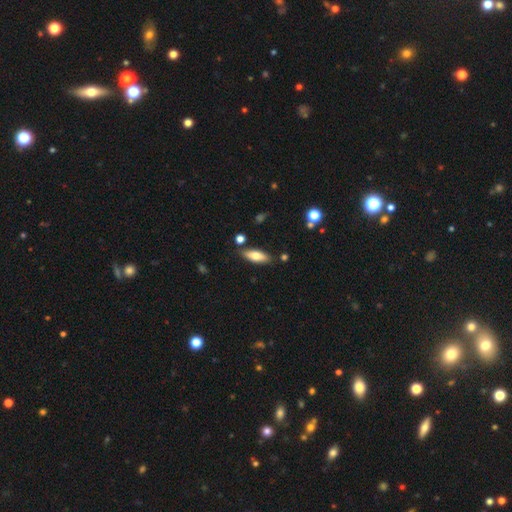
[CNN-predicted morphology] Smooth or featured?
  - smooth: 72% *
  - featured or disk: 22%
  - star or artifact: 7%
How rounded?
  - in between: 65% *
  - cigar-shaped: 33%
  - round: 2%
Merging?
  - none: 82% *
  - minor disturbance: 12%
  - merger: 4%
  - major disturbance: 2%